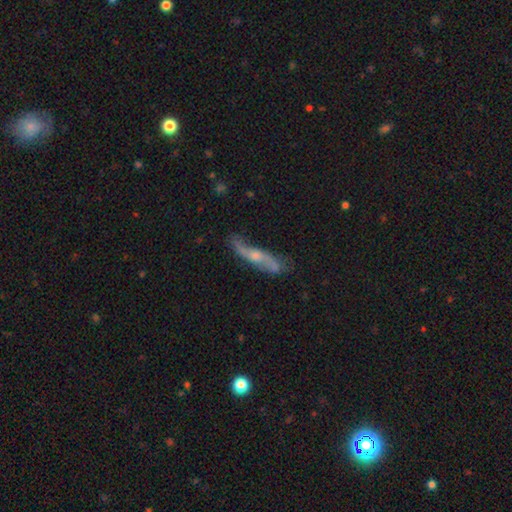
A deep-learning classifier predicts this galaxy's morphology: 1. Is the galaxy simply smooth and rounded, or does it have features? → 72% featured or disk, 22% smooth, 7% star or artifact.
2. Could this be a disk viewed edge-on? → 59% no, 41% yes.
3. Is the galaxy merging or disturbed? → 66% none, 22% minor disturbance, 8% major disturbance, 3% merger.